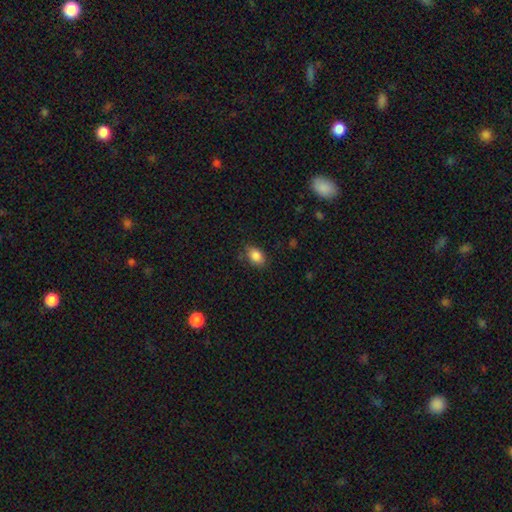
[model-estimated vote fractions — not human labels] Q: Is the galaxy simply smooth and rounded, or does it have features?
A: smooth — 86%.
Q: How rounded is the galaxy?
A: in between — 80%.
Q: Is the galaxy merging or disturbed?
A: none — 79%.